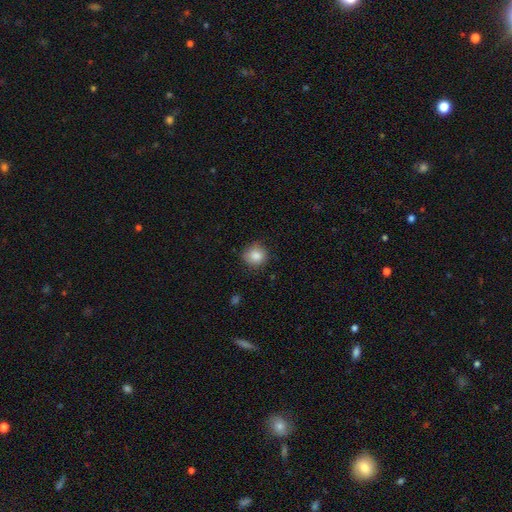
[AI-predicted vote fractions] smooth_or_featured: smooth (p=0.86) [alt: star or artifact p=0.09]
how_rounded: round (p=0.88) [alt: in between p=0.11]
merging: none (p=0.78) [alt: minor disturbance p=0.17]